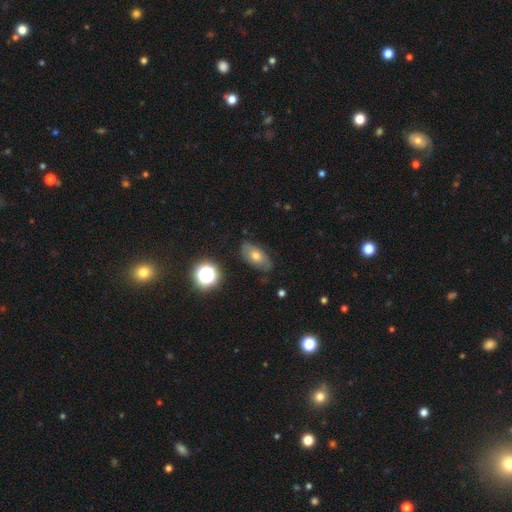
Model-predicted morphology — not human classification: Q: Smooth or featured?
A: smooth (54%); runner-up: featured or disk (33%)
Q: How rounded?
A: in between (87%); runner-up: round (9%)
Q: Merging?
A: none (75%); runner-up: minor disturbance (19%)